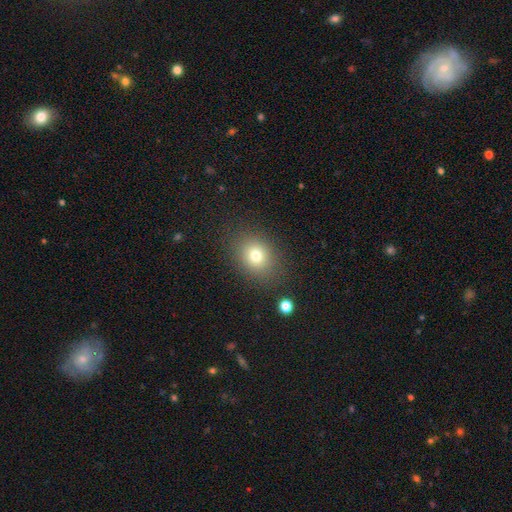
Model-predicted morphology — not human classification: Smooth or featured: smooth — 76% (star or artifact — 13%)
How rounded: round — 53% (in between — 46%)
Merging: none — 83% (minor disturbance — 10%)